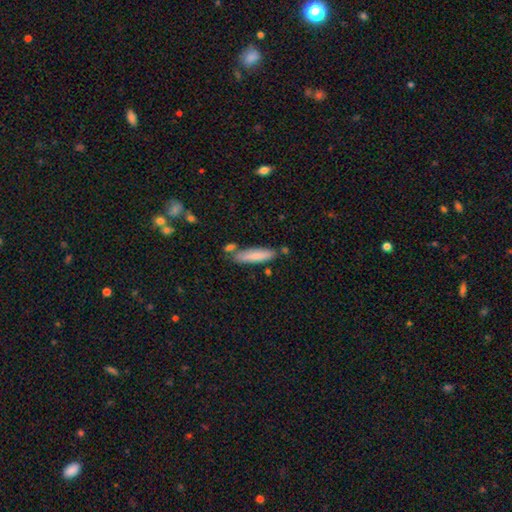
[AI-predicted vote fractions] This appears to be a smooth galaxy with no disk features (76%) that is cigar-shaped (75%). Merging: none (73%).